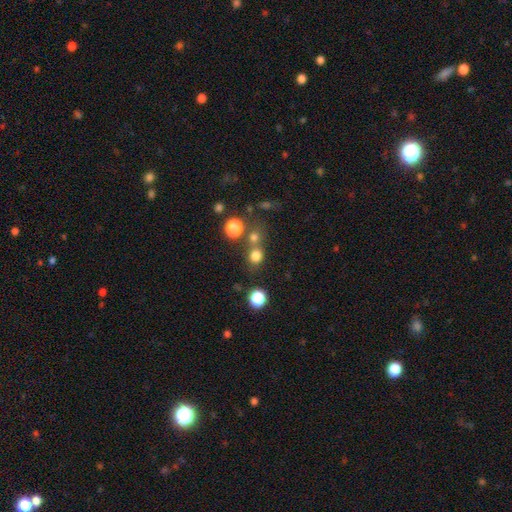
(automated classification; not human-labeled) Overall: smooth (76%). How rounded: round (80%). Merging: none (59%; merger 27%).